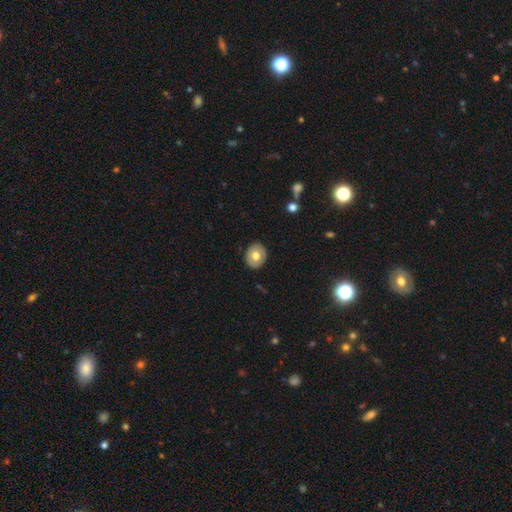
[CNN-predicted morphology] Smooth or featured? Predicted: smooth (p=0.67). How rounded? Predicted: round (p=0.57). Merging? Predicted: none (p=0.89).